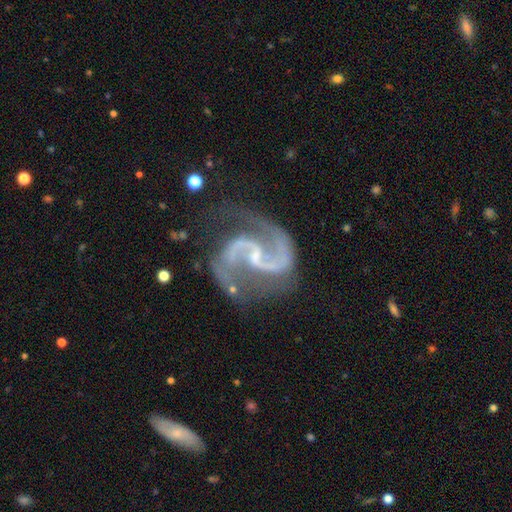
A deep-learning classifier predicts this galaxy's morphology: smooth-or-featured: featured or disk: 94% | star or artifact: 4% | smooth: 2%
  disk-edge-on: no: 98% | yes: 2%
    bar: weak: 48% | no: 30% | strong: 23%
    has-spiral-arms: yes: 99% | no: 1%
      spiral-winding: medium: 63% | loose: 25% | tight: 12%
      spiral-arm-count: 2: 94% | can't tell: 1% | 3: 1% | 1: 1% | 4: 1% | more than 4: 1%
    bulge-size: small: 67% | none: 16% | moderate: 15% | large: 1% | dominant: 1%
  merging: none: 67% | minor disturbance: 19% | major disturbance: 11% | merger: 3%